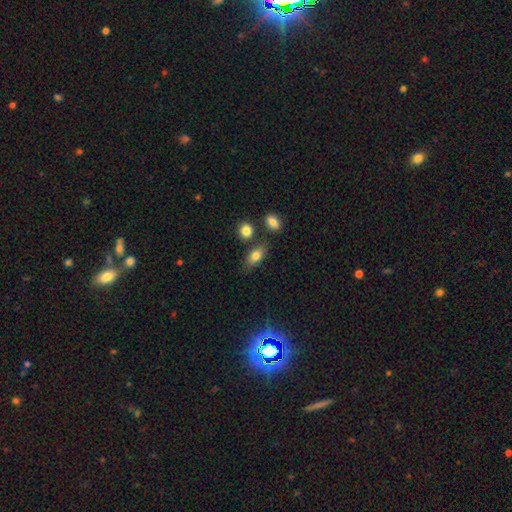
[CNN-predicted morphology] type=smooth (80%); roundness=in between (84%); merging=none (72%).